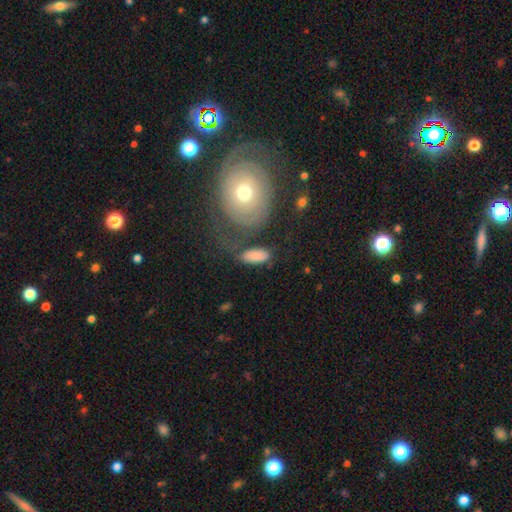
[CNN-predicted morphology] type=smooth (83%); roundness=in between (81%); merging=none (63%).